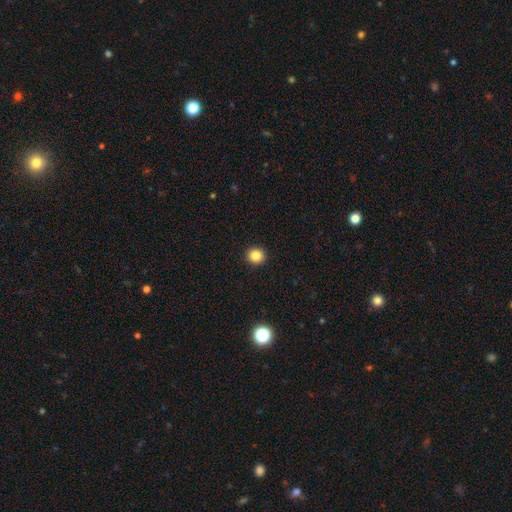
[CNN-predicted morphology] The model was most divided on "smooth or featured": smooth: 84%, star or artifact: 11%, featured or disk: 5%. More confident: merging — none (93%); how rounded — round (89%).